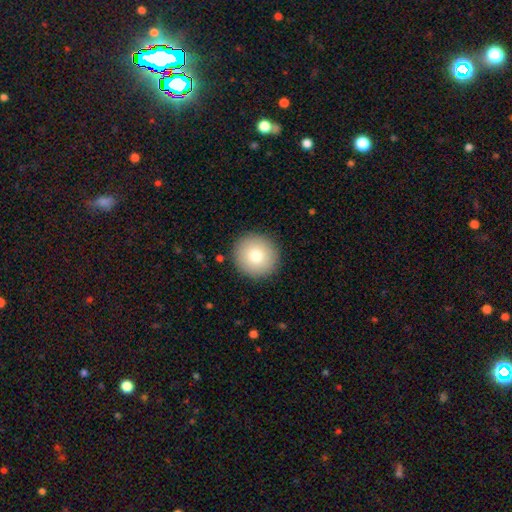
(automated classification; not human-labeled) smooth 79%, featured or disk 12%, star or artifact 9%. Down the decision tree: how rounded — round (94%); merging — none (91%).